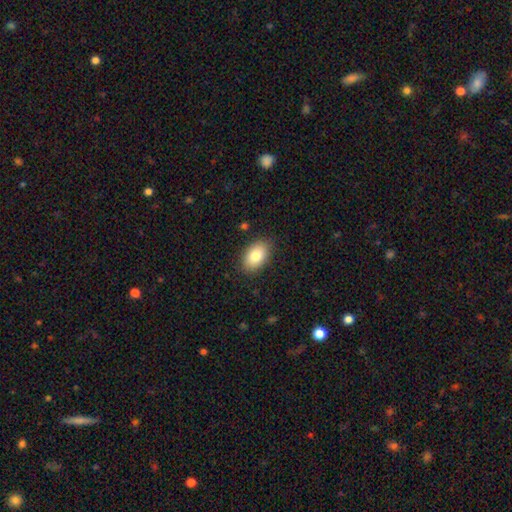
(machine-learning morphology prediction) This appears to be a smooth galaxy with no disk features (83%) that is in between round and cigar-shaped (90%). Merging: none (87%).